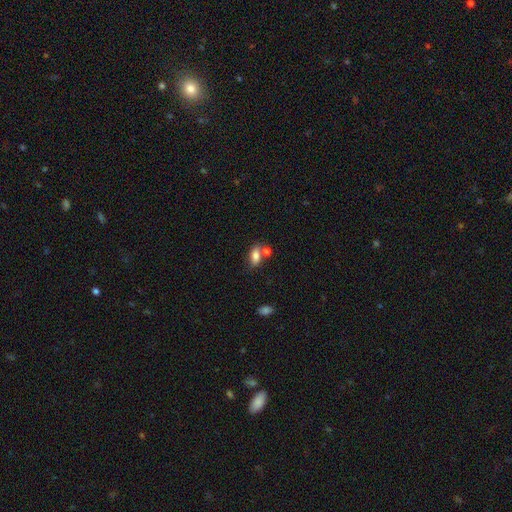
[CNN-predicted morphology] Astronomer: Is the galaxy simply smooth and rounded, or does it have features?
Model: smooth — 79%.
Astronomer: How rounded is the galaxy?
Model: in between — 85%.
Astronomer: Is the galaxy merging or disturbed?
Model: none — 53% (runner-up: merger, 28%).